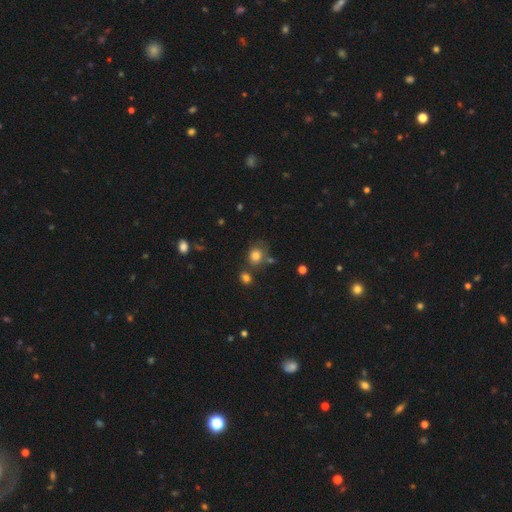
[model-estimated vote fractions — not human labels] Smooth or featured?
  - smooth: 80% *
  - star or artifact: 13%
  - featured or disk: 7%
How rounded?
  - round: 72% *
  - in between: 27%
  - cigar-shaped: 1%
Merging?
  - none: 66% *
  - minor disturbance: 15%
  - merger: 13%
  - major disturbance: 5%